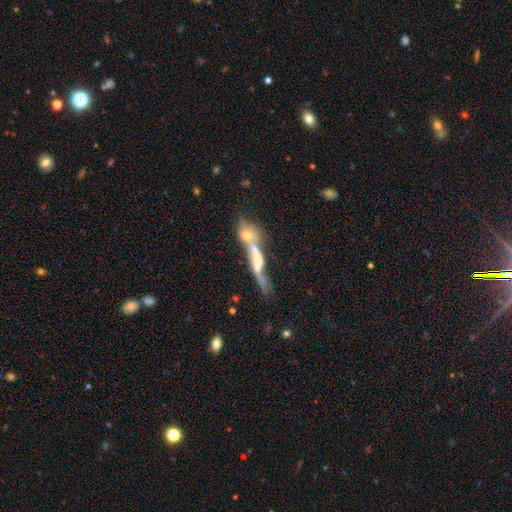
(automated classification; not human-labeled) Q: Smooth or featured?
A: featured or disk (54%); runner-up: smooth (33%)
Q: Edge-on disk?
A: yes (60%); runner-up: no (40%)
Q: Merging?
A: merger (47%); runner-up: none (28%)